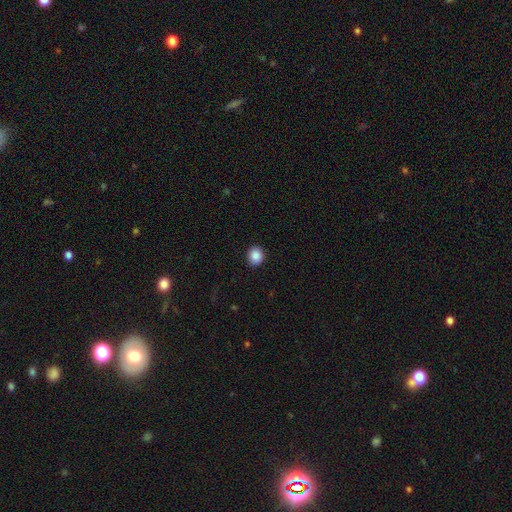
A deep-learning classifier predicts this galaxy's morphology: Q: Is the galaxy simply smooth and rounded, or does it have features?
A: smooth — 88%.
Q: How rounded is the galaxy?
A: round — 73%.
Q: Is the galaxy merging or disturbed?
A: none — 92%.